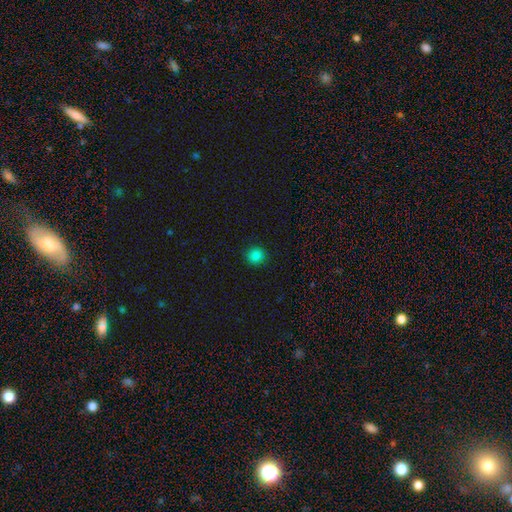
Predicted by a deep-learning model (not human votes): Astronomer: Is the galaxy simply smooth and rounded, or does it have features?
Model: smooth — 83%.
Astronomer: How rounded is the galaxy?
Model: round — 91%.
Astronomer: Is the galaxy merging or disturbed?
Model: none — 91%.